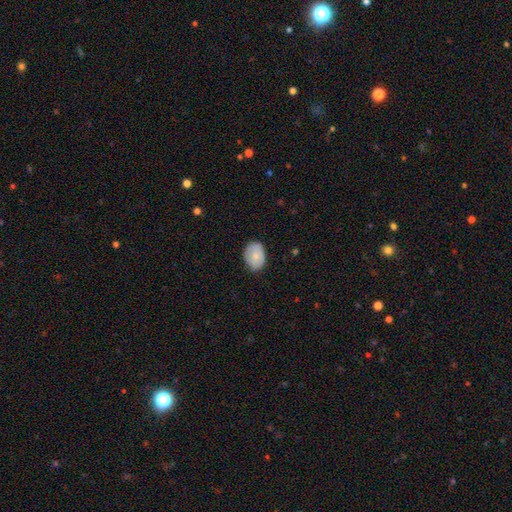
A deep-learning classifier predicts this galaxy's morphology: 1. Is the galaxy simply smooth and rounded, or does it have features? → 77% smooth, 16% featured or disk, 7% star or artifact.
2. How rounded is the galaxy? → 76% in between, 23% round, 1% cigar-shaped.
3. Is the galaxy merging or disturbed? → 81% none, 15% minor disturbance, 3% major disturbance, 1% merger.